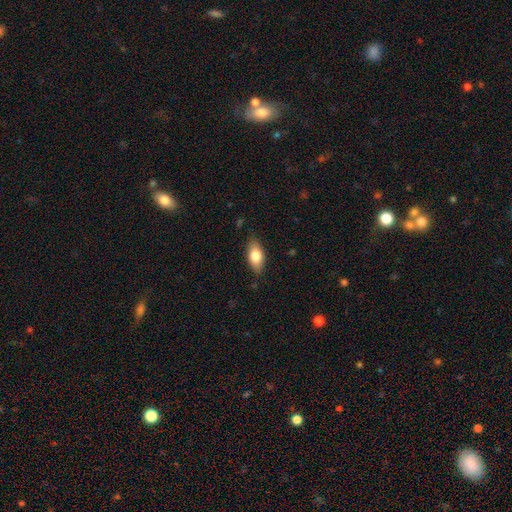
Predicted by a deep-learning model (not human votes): A smooth galaxy with no disk features (77%) that is in between round and cigar-shaped (87%). Merging: none (83%).